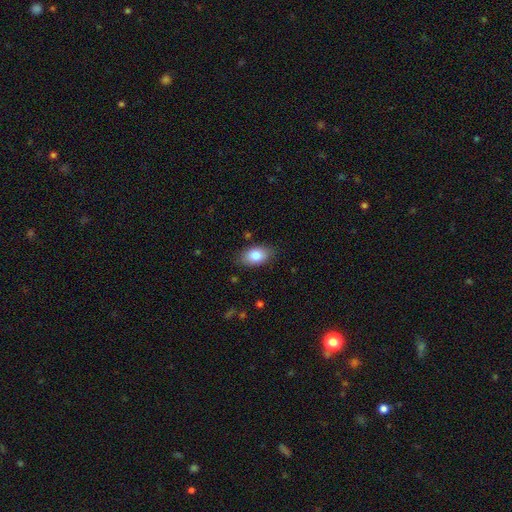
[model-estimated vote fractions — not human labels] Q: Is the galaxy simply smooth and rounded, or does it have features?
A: smooth — 83%.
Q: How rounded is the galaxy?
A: in between — 91%.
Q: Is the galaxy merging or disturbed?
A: none — 84%.